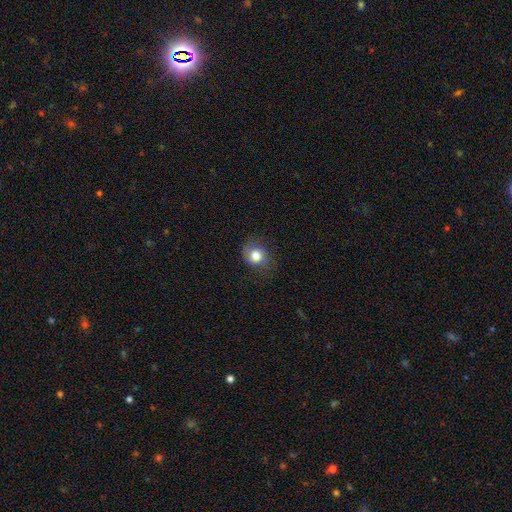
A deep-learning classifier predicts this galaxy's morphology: Q: Smooth or featured?
A: smooth (79%); runner-up: star or artifact (11%)
Q: How rounded?
A: round (74%); runner-up: in between (25%)
Q: Merging?
A: none (74%); runner-up: minor disturbance (18%)